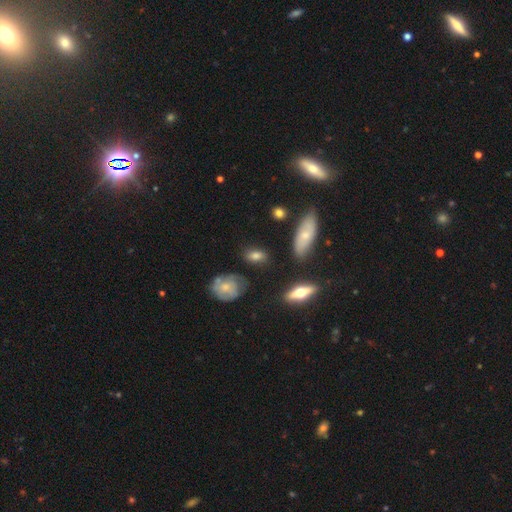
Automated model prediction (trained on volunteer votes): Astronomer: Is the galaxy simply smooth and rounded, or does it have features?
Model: smooth — 70%.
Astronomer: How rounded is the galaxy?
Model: in between — 78%.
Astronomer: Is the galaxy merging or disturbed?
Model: none — 71%.